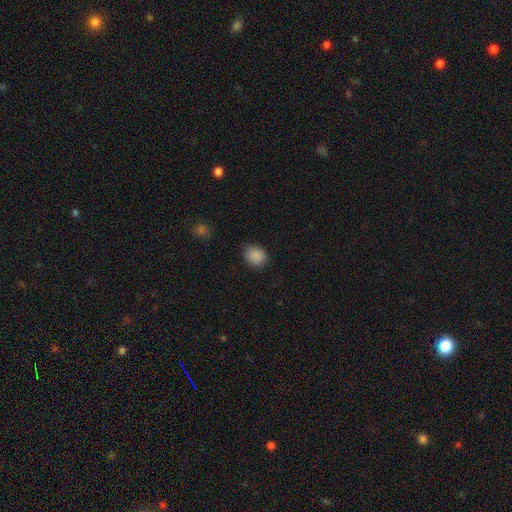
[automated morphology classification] type=smooth (88%); roundness=round (62%); merging=none (86%).